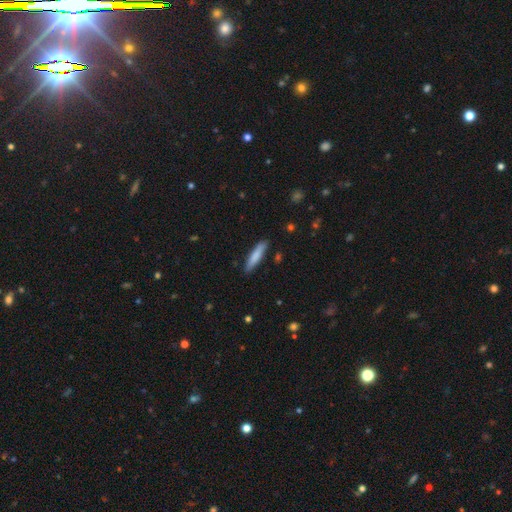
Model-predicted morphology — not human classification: Smooth or featured: smooth — 79% (featured or disk — 15%)
How rounded: cigar-shaped — 86% (in between — 13%)
Merging: none — 86% (minor disturbance — 10%)